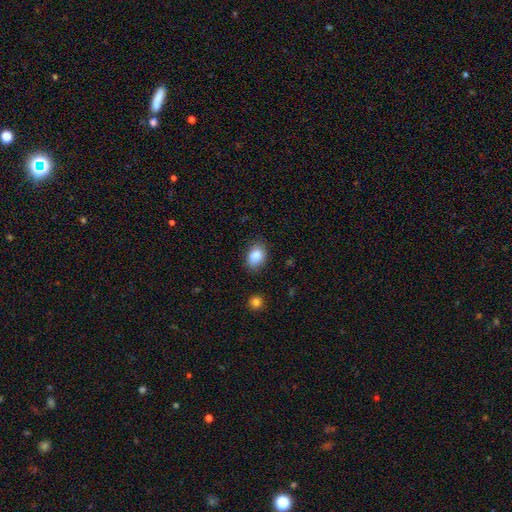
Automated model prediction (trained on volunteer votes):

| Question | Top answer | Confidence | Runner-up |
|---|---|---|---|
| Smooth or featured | smooth | 87% | star or artifact (8%) |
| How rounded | in between | 79% | round (20%) |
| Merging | none | 82% | minor disturbance (14%) |